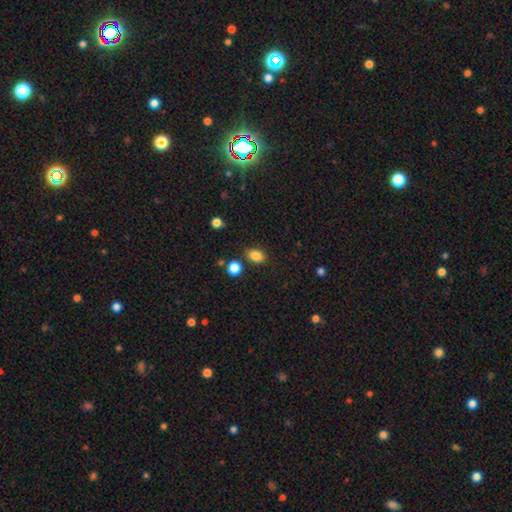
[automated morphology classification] This appears to be a smooth galaxy with no disk features (85%) that is in between round and cigar-shaped (73%). Merging: none (81%).